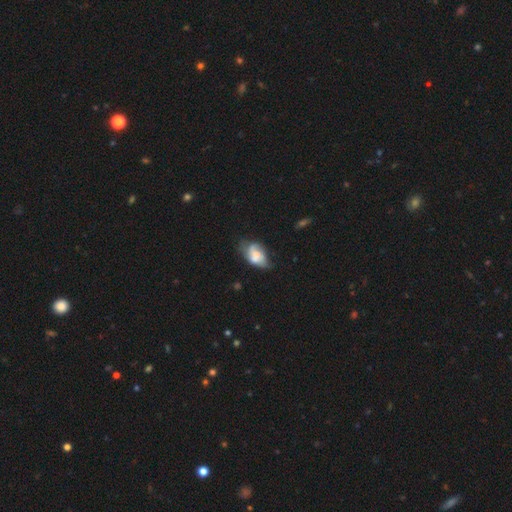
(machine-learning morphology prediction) type=smooth (52%); roundness=in between (88%); merging=none (34%).